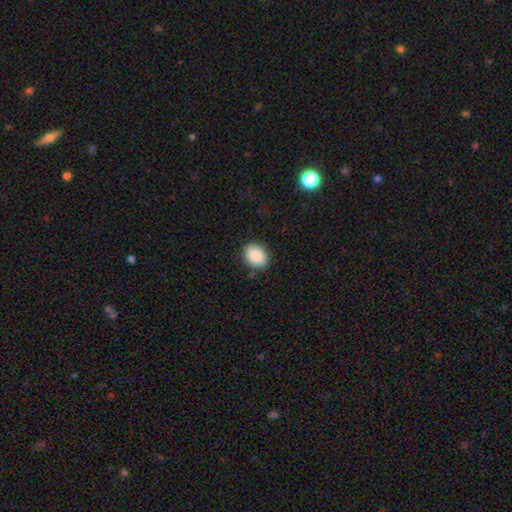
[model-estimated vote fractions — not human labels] smooth_or_featured: smooth (p=0.90) [alt: star or artifact p=0.07]
how_rounded: in between (p=0.67) [alt: round p=0.32]
merging: none (p=0.87) [alt: minor disturbance p=0.10]